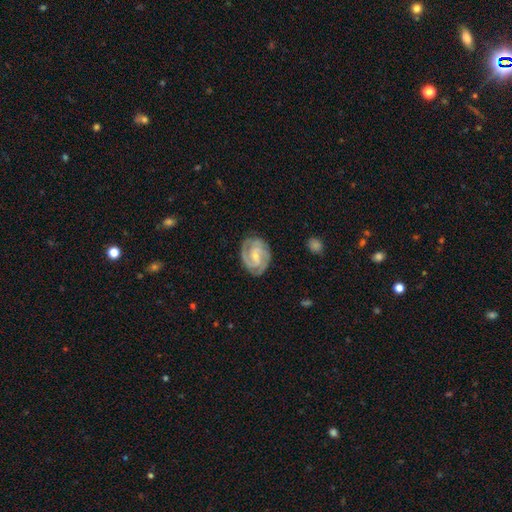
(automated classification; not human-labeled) smooth_or_featured: featured or disk (p=0.88) [alt: smooth p=0.08]
disk_edge_on: no (p=0.98) [alt: yes p=0.02]
bar: weak (p=0.48) [alt: no p=0.36]
has_spiral_arms: yes (p=0.97) [alt: no p=0.03]
spiral_winding: tight (p=0.58) [alt: medium p=0.37]
spiral_arm_count: 2 (p=0.64) [alt: 3 p=0.20]
bulge_size: small (p=0.67) [alt: moderate p=0.27]
merging: none (p=0.80) [alt: minor disturbance p=0.14]